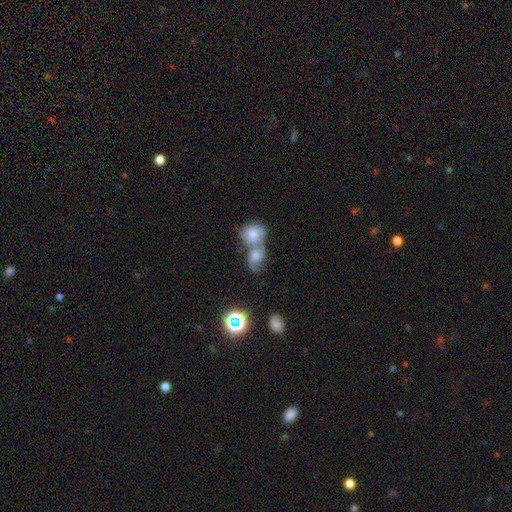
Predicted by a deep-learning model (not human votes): Smooth or featured?
  - featured or disk: 52% *
  - smooth: 37%
  - star or artifact: 11%
Edge-on disk?
  - no: 95% *
  - yes: 5%
Merging?
  - merger: 74% *
  - none: 15%
  - minor disturbance: 6%
  - major disturbance: 5%